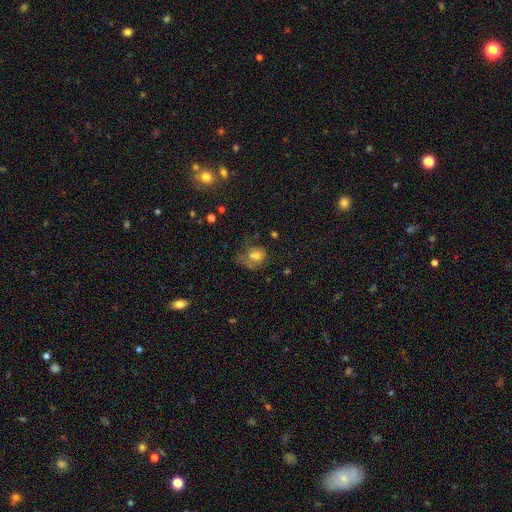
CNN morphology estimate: Smooth or featured? smooth (57%)
How rounded? in between (58%)
Merging? major disturbance (34%)